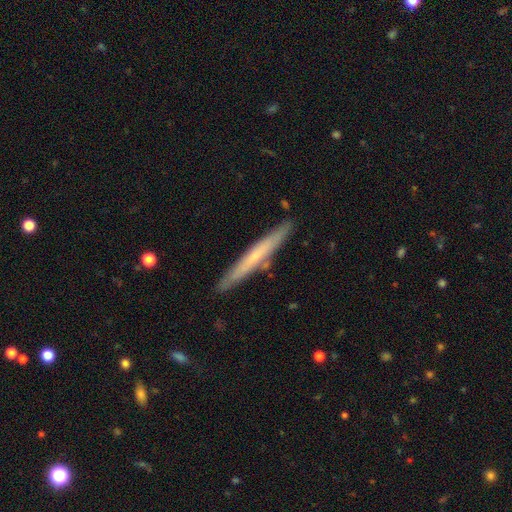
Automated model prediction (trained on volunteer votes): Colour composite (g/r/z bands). It shows a featured or disk galaxy (51%) viewed edge-on (93%). Merging: none (87%).